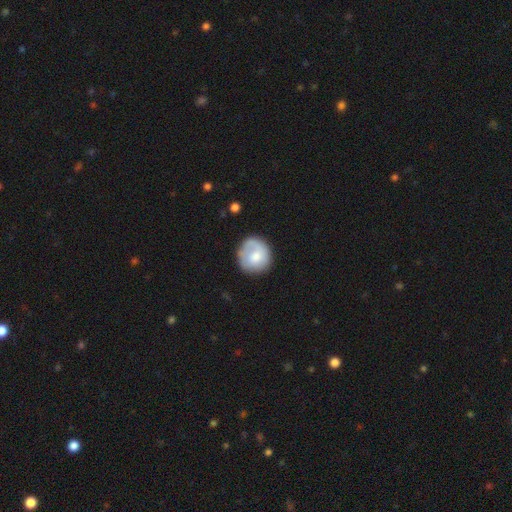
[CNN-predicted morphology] smooth_or_featured: smooth (p=0.68) [alt: featured or disk p=0.26]
how_rounded: round (p=0.88) [alt: in between p=0.11]
merging: none (p=0.70) [alt: minor disturbance p=0.20]